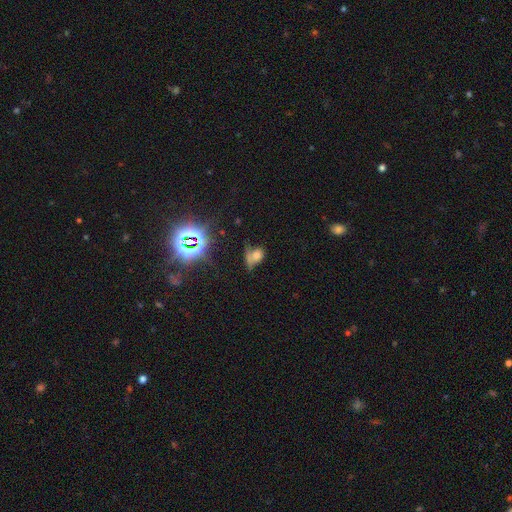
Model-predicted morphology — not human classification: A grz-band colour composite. It shows a smooth galaxy with no disk features (43%). Merging: none (31%).